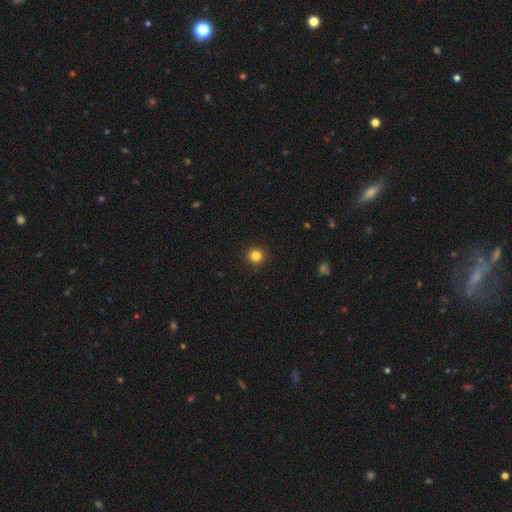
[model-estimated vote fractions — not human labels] This appears to be a smooth galaxy with no disk features (83%) that is round (95%). Merging: none (93%).